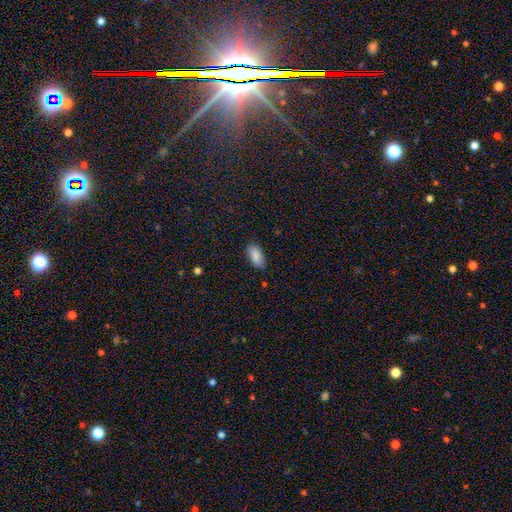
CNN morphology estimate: Overall: smooth (87%). How rounded: in between (93%). Merging: none (86%).